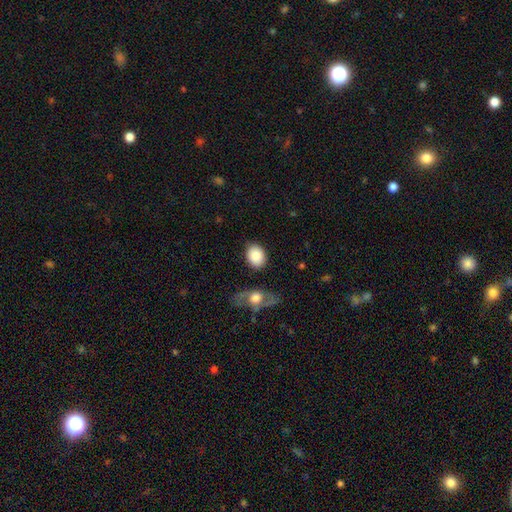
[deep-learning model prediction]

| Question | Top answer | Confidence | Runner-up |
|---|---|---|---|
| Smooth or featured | smooth | 86% | featured or disk (8%) |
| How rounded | in between | 64% | round (35%) |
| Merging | none | 79% | minor disturbance (12%) |